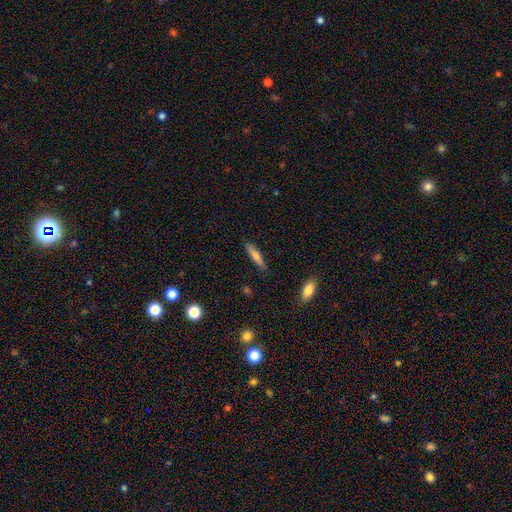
smooth 51%, featured or disk 44%, star or artifact 5%. Down the decision tree: how rounded — cigar-shaped (85%); merging — none (89%).